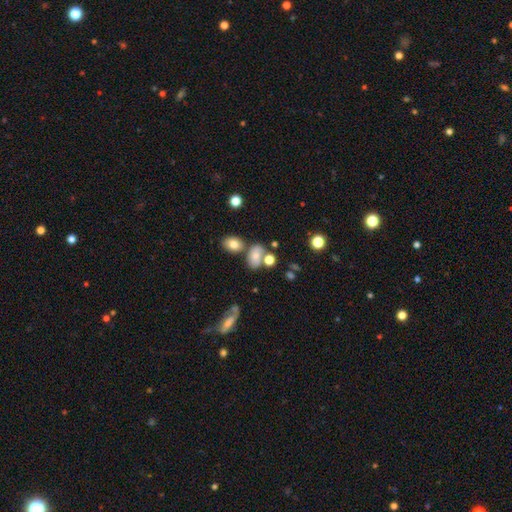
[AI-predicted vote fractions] This is likely a smooth galaxy (70%). How rounded: likely in between (75%). Merging: possibly none (47%).